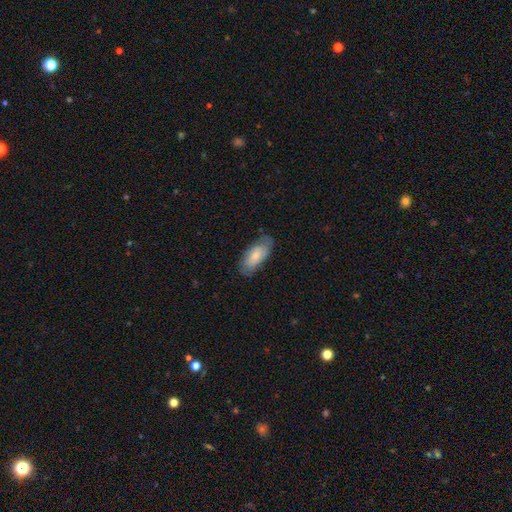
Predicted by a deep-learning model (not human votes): Smooth or featured?
  - smooth: 68% *
  - featured or disk: 26%
  - star or artifact: 6%
How rounded?
  - in between: 87% *
  - cigar-shaped: 11%
  - round: 2%
Merging?
  - none: 71% *
  - minor disturbance: 22%
  - major disturbance: 5%
  - merger: 1%